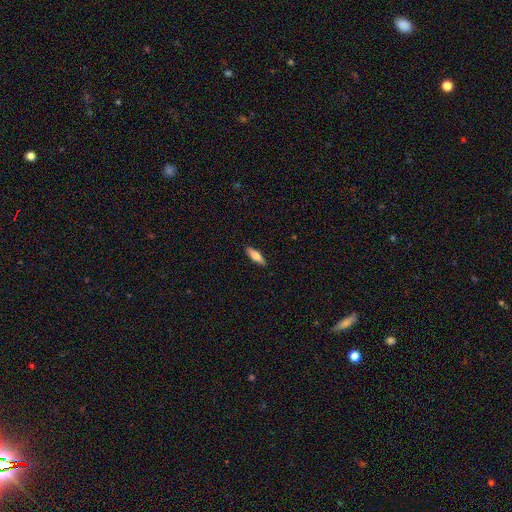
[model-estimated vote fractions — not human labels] smooth-or-featured: smooth: 68% | featured or disk: 26% | star or artifact: 6%
  how-rounded: cigar-shaped: 49% | in between: 48% | round: 2%
  merging: none: 89% | minor disturbance: 8% | major disturbance: 2% | merger: 1%